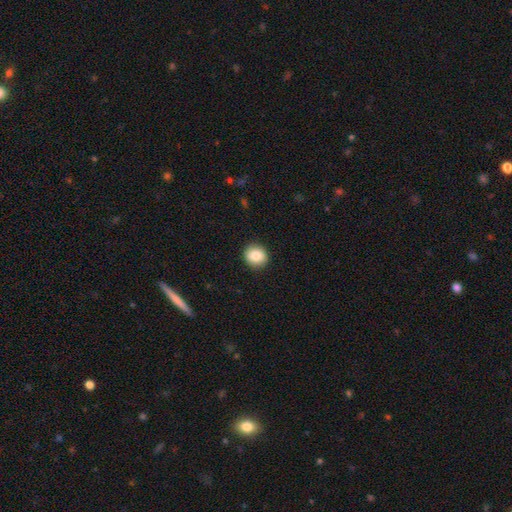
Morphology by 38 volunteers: type=smooth (92%); roundness=round (94%); merging=none (84%).